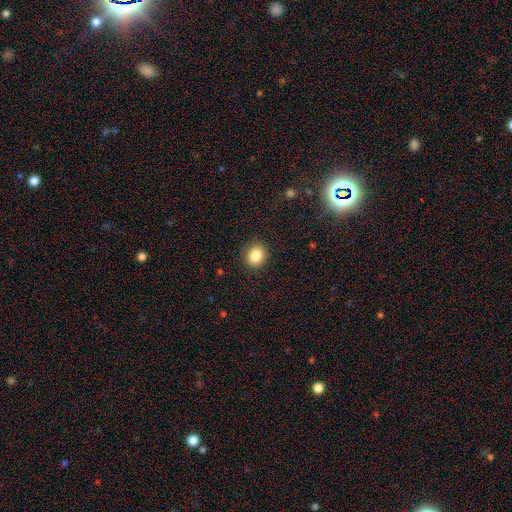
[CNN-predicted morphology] smooth-or-featured: smooth: 84% | star or artifact: 10% | featured or disk: 6%
  how-rounded: round: 77% | in between: 22% | cigar-shaped: 1%
  merging: none: 88% | minor disturbance: 8% | major disturbance: 3% | merger: 1%